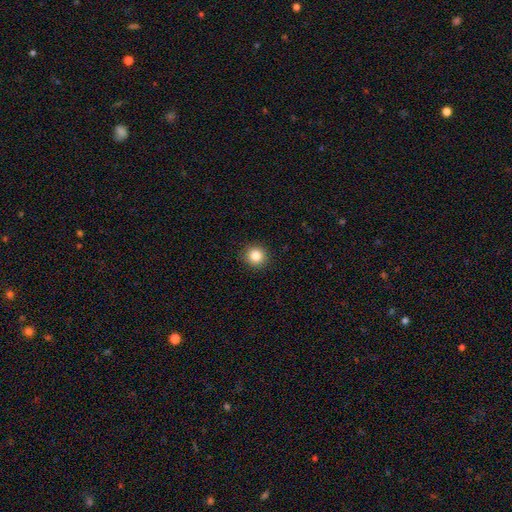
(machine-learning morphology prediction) The model was most divided on "smooth or featured": smooth: 84%, star or artifact: 11%, featured or disk: 5%. More confident: how rounded — round (93%); merging — none (92%).